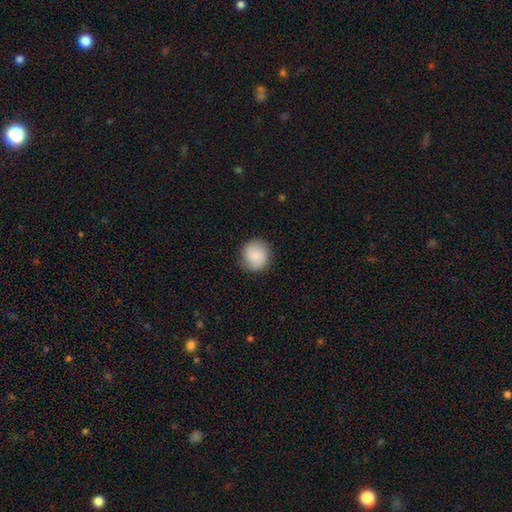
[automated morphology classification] Smooth or featured? smooth (79%)
How rounded? round (89%)
Merging? none (85%)